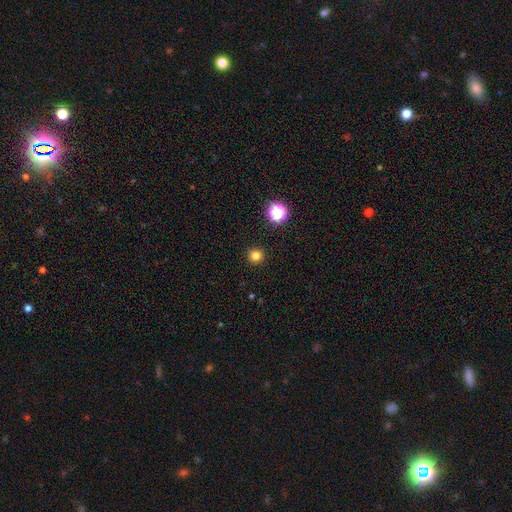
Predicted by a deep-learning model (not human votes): smooth 80%, star or artifact 16%, featured or disk 4%. Down the decision tree: how rounded — round (94%); merging — none (92%).